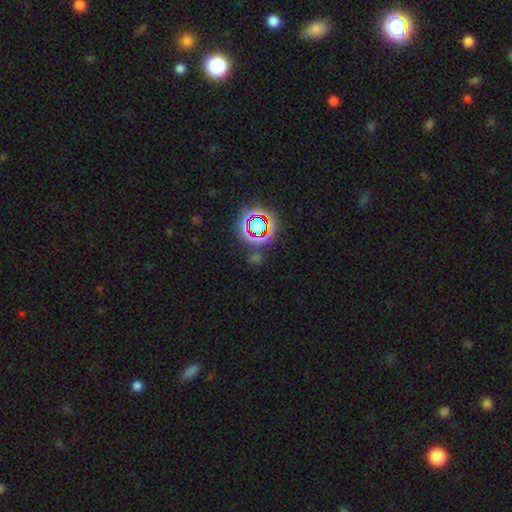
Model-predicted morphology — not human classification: smooth_or_featured: star or artifact (p=0.69) [alt: smooth p=0.22]